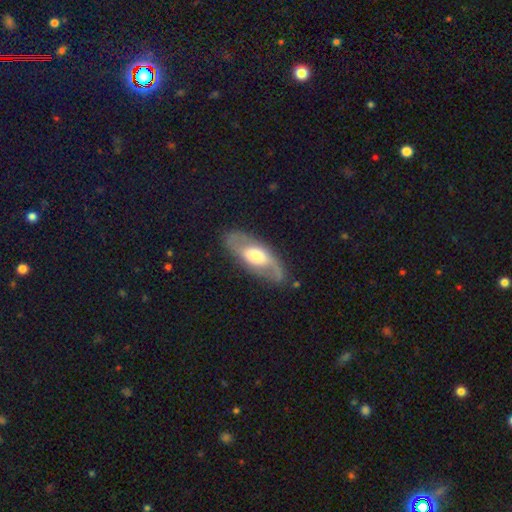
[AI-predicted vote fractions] Q: Smooth or featured?
A: featured or disk (72%); runner-up: smooth (23%)
Q: Edge-on disk?
A: no (87%); runner-up: yes (13%)
Q: Bar?
A: no (51%); runner-up: weak (34%)
Q: Spiral arms?
A: yes (78%); runner-up: no (22%)
Q: Bulge size?
A: moderate (52%); runner-up: large (33%)
Q: Merging?
A: none (82%); runner-up: minor disturbance (12%)